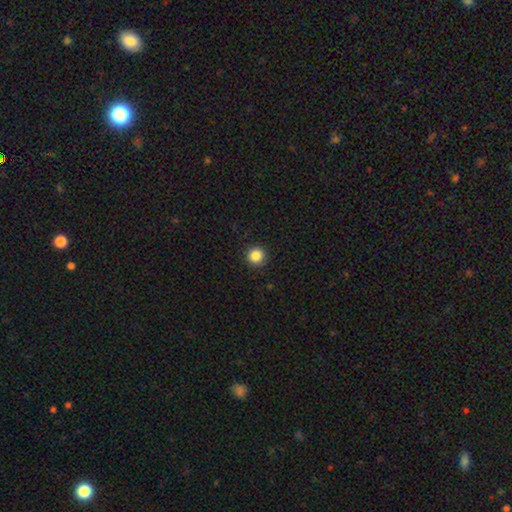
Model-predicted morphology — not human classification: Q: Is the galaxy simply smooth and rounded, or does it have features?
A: smooth — 85%.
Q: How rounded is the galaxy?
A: round — 95%.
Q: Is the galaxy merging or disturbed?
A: none — 93%.